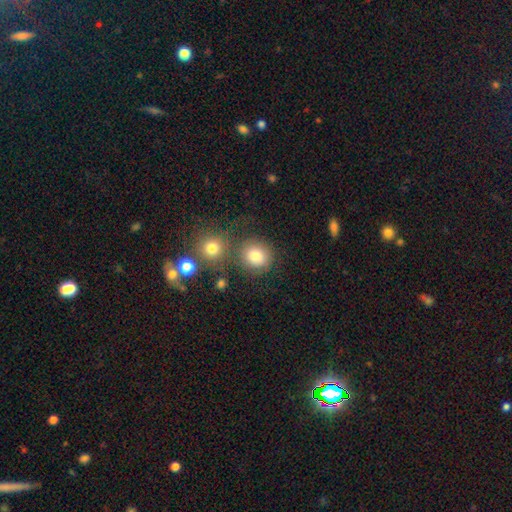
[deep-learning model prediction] A smooth galaxy with no disk features (80%) that is round (86%). Merging: none (69%).